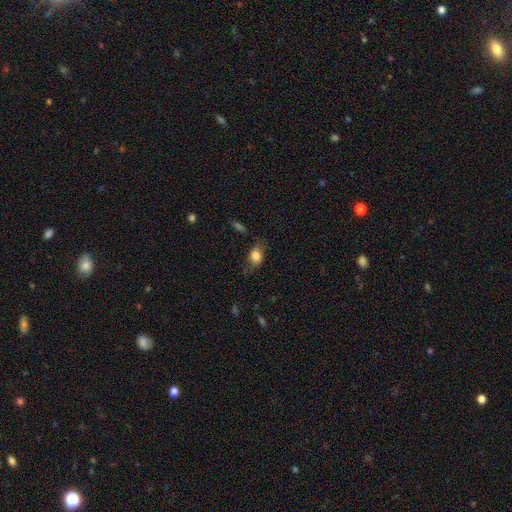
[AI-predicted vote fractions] A smooth galaxy with no disk features (80%) that is in between round and cigar-shaped (72%). Merging: none (65%).